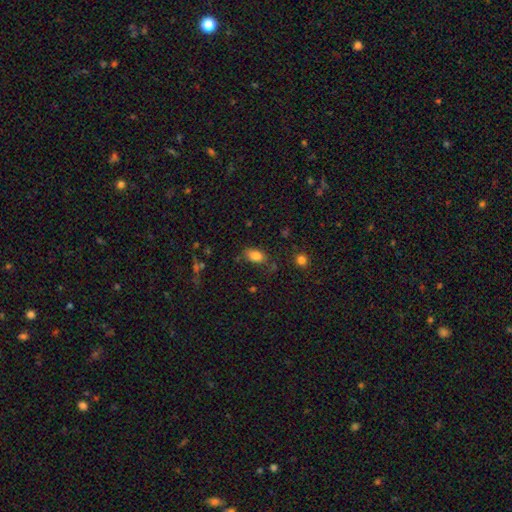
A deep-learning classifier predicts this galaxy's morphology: Q: Smooth or featured?
A: smooth (82%); runner-up: star or artifact (10%)
Q: How rounded?
A: in between (88%); runner-up: round (9%)
Q: Merging?
A: none (75%); runner-up: minor disturbance (17%)